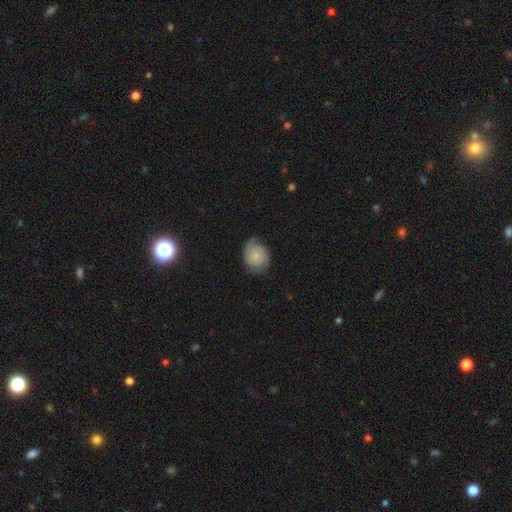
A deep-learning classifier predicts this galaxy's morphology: Smooth or featured?
  - featured or disk: 55% *
  - smooth: 38%
  - star or artifact: 7%
Edge-on disk?
  - no: 97% *
  - yes: 3%
Bar?
  - no: 79% *
  - weak: 18%
  - strong: 3%
Spiral arms?
  - yes: 91% *
  - no: 9%
Bulge size?
  - small: 65% *
  - moderate: 17%
  - none: 13%
  - large: 3%
  - dominant: 2%
Merging?
  - none: 63% *
  - minor disturbance: 26%
  - major disturbance: 10%
  - merger: 1%